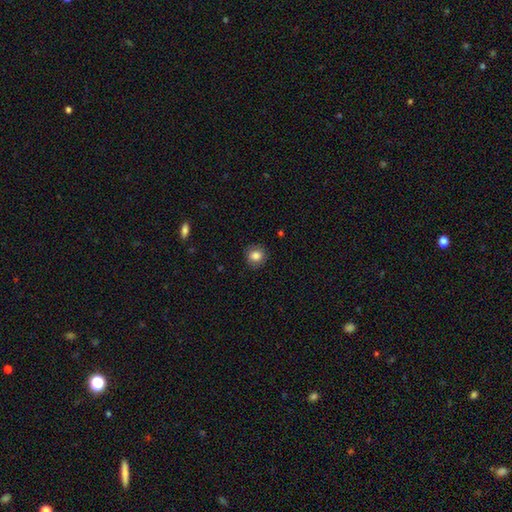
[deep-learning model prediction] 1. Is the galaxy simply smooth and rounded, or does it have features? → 83% smooth, 10% star or artifact, 7% featured or disk.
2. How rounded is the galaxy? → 83% round, 16% in between, 1% cigar-shaped.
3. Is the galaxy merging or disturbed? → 87% none, 9% minor disturbance, 2% major disturbance, 1% merger.